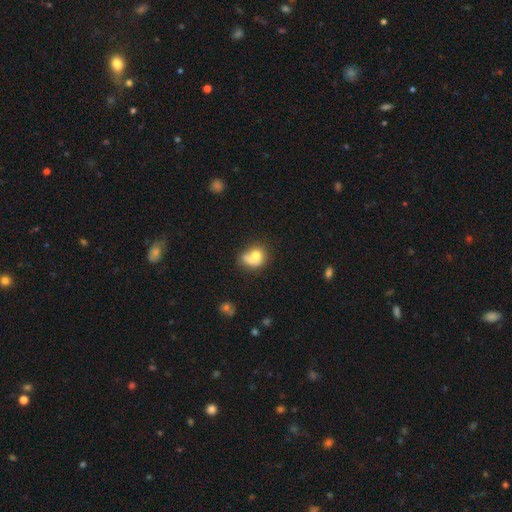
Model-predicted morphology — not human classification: smooth-or-featured: smooth: 68% | featured or disk: 22% | star or artifact: 10%
  how-rounded: round: 60% | in between: 39% | cigar-shaped: 1%
  merging: merger: 37% | none: 32% | minor disturbance: 18% | major disturbance: 13%